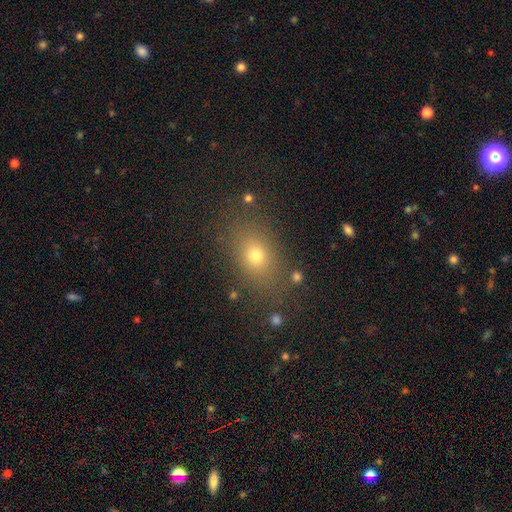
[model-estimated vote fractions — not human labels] smooth 69%, star or artifact 18%, featured or disk 12%. Down the decision tree: how rounded — in between (64%); merging — none (81%).